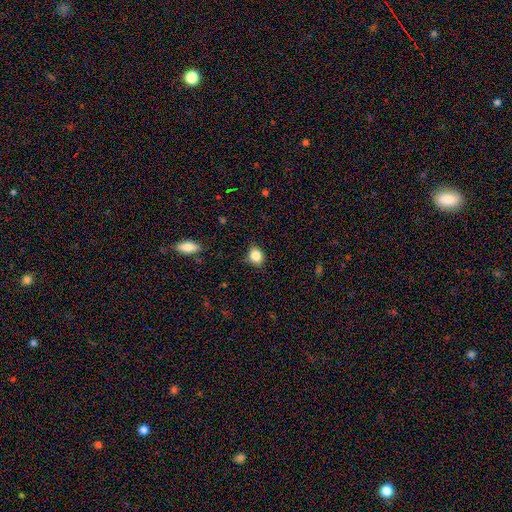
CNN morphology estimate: Overall: smooth (85%). How rounded: round (55%; in between 44%). Merging: none (82%).